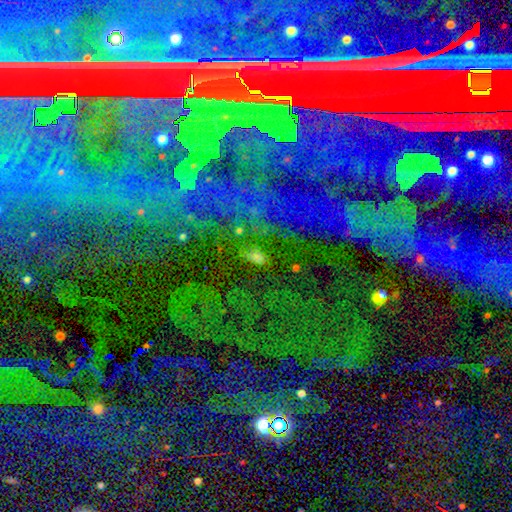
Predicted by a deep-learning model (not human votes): smooth_or_featured: star or artifact (p=0.55) [alt: smooth p=0.28]